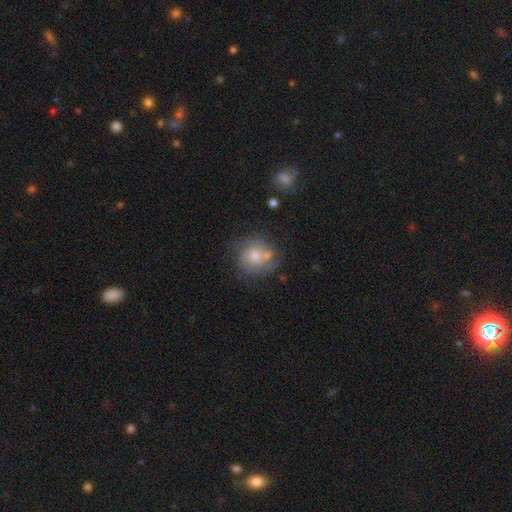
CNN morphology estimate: smooth_or_featured: featured or disk (p=0.55) [alt: smooth p=0.36]
disk_edge_on: no (p=0.98) [alt: yes p=0.02]
bar: no (p=0.77) [alt: weak p=0.20]
has_spiral_arms: yes (p=0.80) [alt: no p=0.20]
bulge_size: moderate (p=0.53) [alt: small p=0.27]
merging: none (p=0.57) [alt: minor disturbance p=0.21]